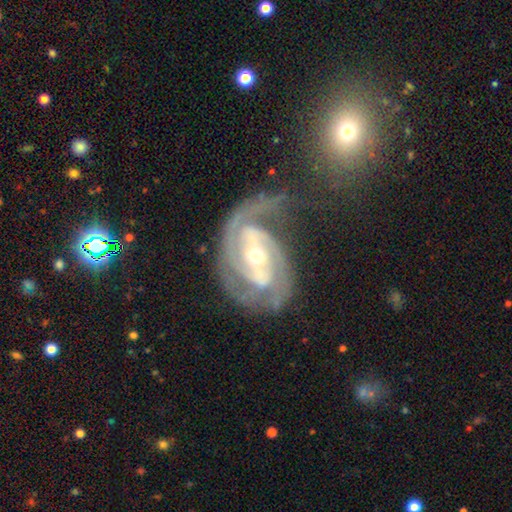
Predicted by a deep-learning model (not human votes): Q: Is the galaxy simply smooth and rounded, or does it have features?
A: featured or disk — 90%.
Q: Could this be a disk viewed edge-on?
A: no — 97%.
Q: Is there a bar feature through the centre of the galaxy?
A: weak — 37%.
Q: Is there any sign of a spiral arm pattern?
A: yes — 97%.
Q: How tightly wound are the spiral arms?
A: tight — 53%.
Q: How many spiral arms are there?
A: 2 — 57%.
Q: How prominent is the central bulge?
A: small — 57%.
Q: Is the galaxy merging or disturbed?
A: none — 44%.